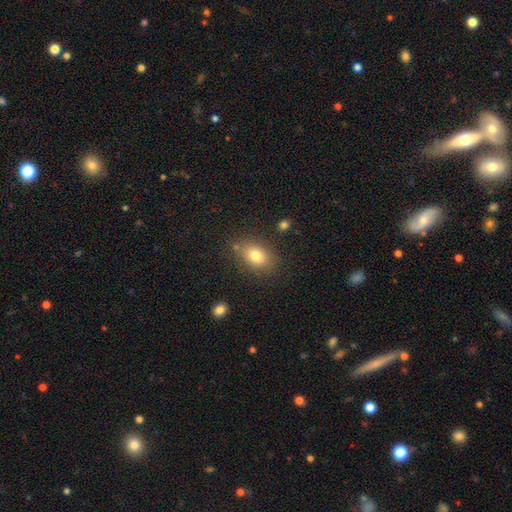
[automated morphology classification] The model was most divided on "how rounded": in between: 75%, round: 23%, cigar-shaped: 1%. More confident: merging — none (79%); smooth or featured — smooth (78%).